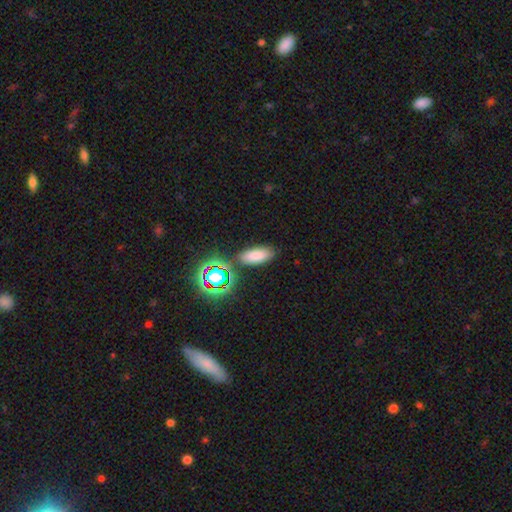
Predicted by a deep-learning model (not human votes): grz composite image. It shows a smooth galaxy with no disk features (74%) that is in between round and cigar-shaped (82%). Merging: none (83%).